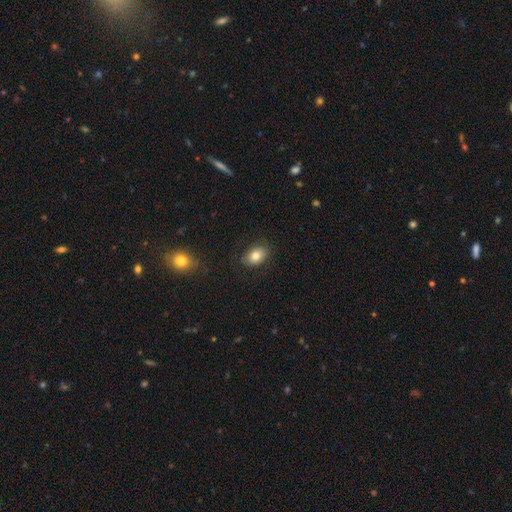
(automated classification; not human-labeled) Morphology: type=smooth (81%); roundness=in between (81%); merging=none (81%).